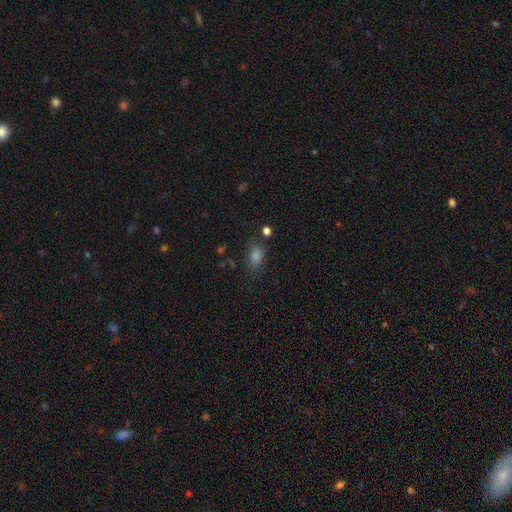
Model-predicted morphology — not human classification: A smooth galaxy with no disk features (72%) that is in between round and cigar-shaped (74%). Merging: none (76%).